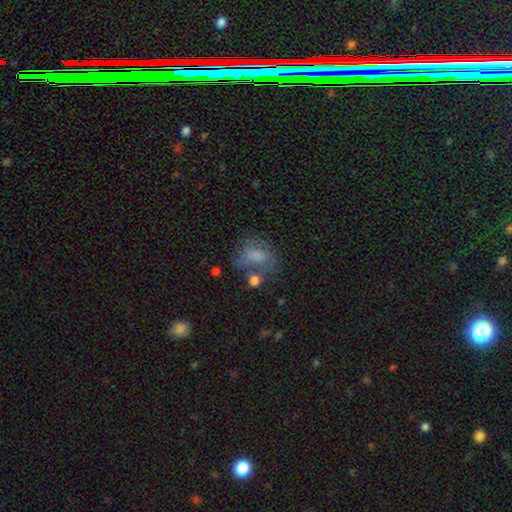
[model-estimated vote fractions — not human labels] Smooth or featured? smooth (65%)
How rounded? in between (69%)
Merging? none (45%)